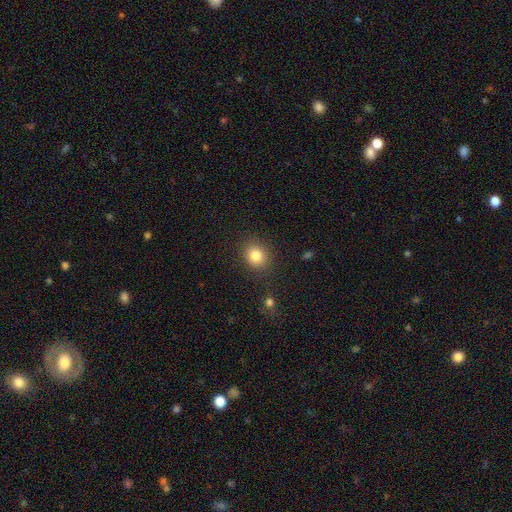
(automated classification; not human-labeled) Overall: smooth (83%). How rounded: round (73%). Merging: none (87%).